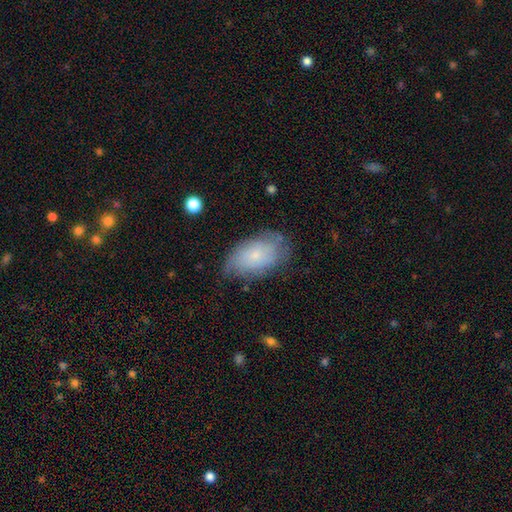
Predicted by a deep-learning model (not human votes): Smooth or featured? Predicted: smooth (p=0.59). How rounded? Predicted: in between (p=0.92). Merging? Predicted: none (p=0.63).